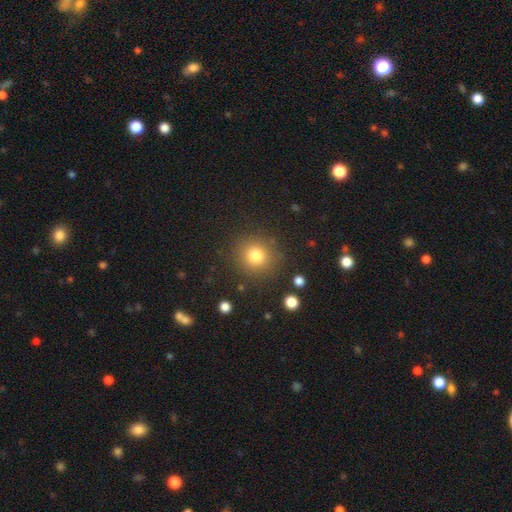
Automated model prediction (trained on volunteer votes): Overall: smooth (79%). How rounded: round (92%). Merging: none (87%).